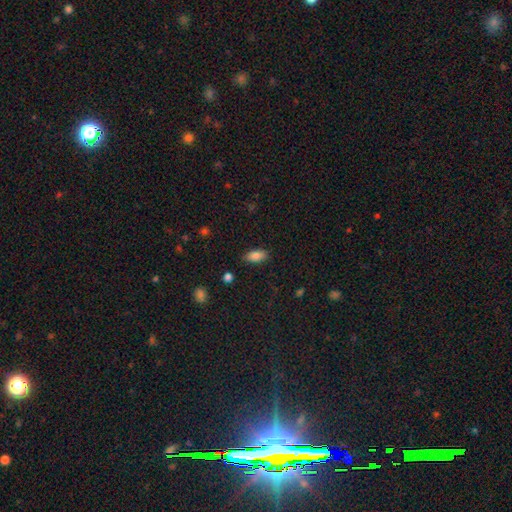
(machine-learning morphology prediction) smooth_or_featured: smooth (p=0.85) [alt: star or artifact p=0.08]
how_rounded: in between (p=0.88) [alt: cigar-shaped p=0.09]
merging: none (p=0.86) [alt: minor disturbance p=0.11]